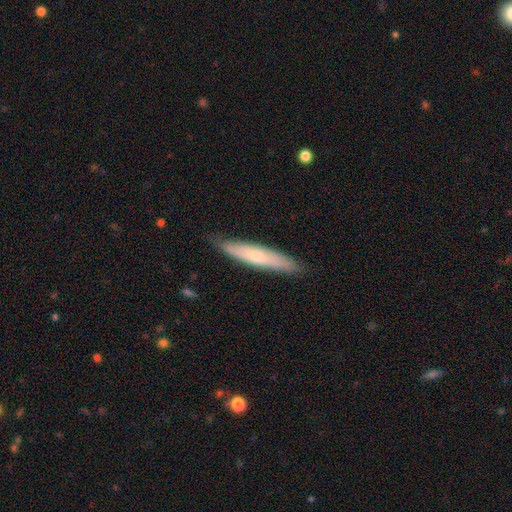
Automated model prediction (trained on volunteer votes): Smooth or featured?
  - smooth: 61% *
  - featured or disk: 33%
  - star or artifact: 6%
How rounded?
  - cigar-shaped: 89% *
  - in between: 10%
  - round: 1%
Merging?
  - none: 84% *
  - minor disturbance: 13%
  - major disturbance: 2%
  - merger: 1%